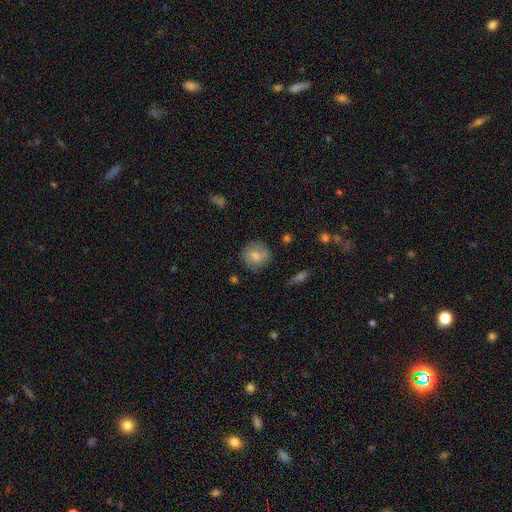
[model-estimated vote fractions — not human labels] smooth_or_featured: smooth (p=0.78) [alt: featured or disk p=0.14]
how_rounded: round (p=0.88) [alt: in between p=0.11]
merging: none (p=0.75) [alt: minor disturbance p=0.18]